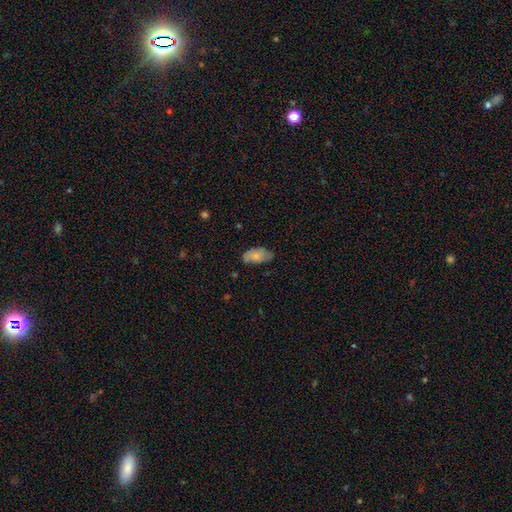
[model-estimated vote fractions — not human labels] Overall: smooth (73%). How rounded: in between (93%). Merging: none (63%; minor disturbance 28%).